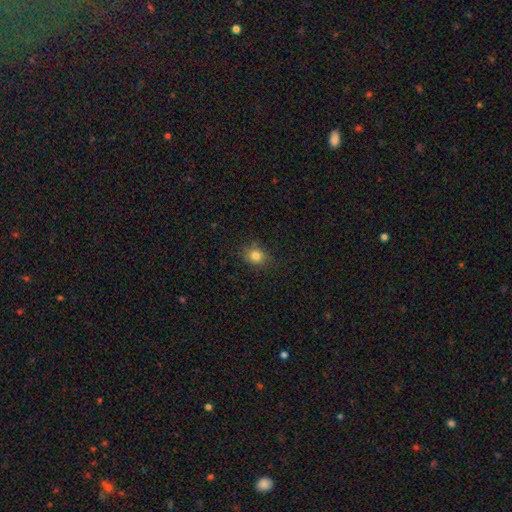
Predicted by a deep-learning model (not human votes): smooth-or-featured: smooth: 81% | star or artifact: 13% | featured or disk: 7%
  how-rounded: round: 62% | in between: 37% | cigar-shaped: 1%
  merging: none: 80% | minor disturbance: 15% | major disturbance: 3% | merger: 2%